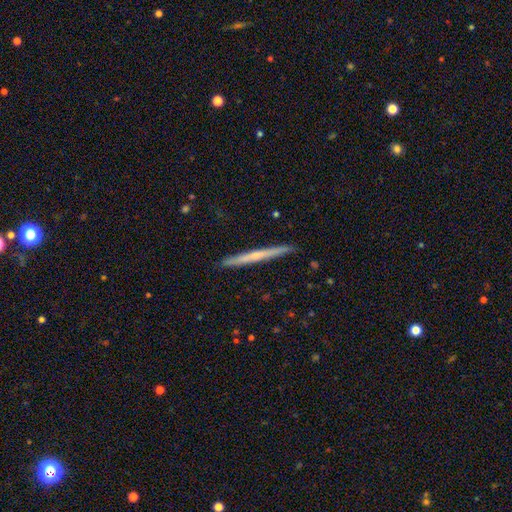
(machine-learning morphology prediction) This is possibly a featured or disk galaxy (50%). It is clearly viewed edge-on (97%). Merging: clearly none (91%).